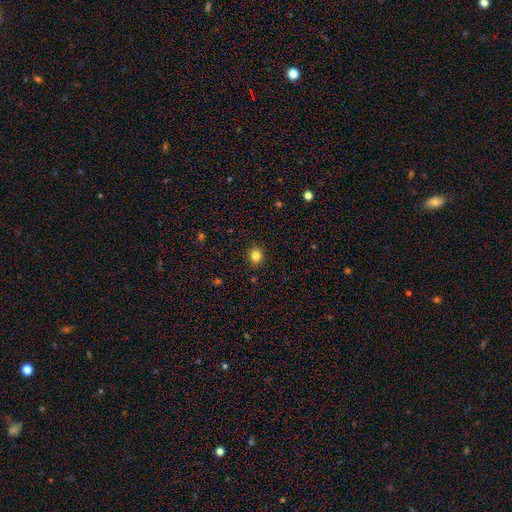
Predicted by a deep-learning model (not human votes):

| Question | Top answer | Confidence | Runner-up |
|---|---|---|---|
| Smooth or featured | smooth | 83% | star or artifact (12%) |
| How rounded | round | 81% | in between (19%) |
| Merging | none | 90% | minor disturbance (7%) |